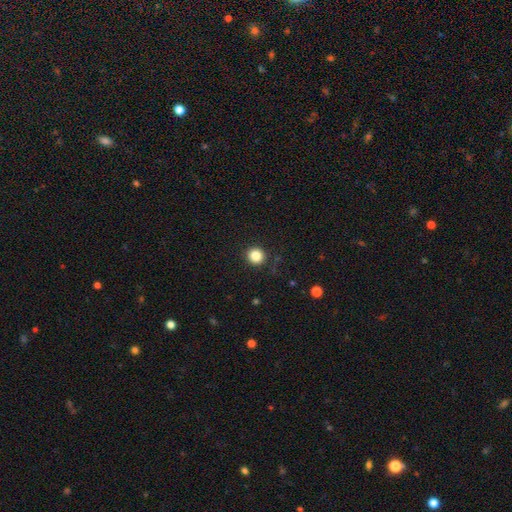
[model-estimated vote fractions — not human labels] Q: Smooth or featured?
A: smooth (85%); runner-up: star or artifact (11%)
Q: How rounded?
A: round (93%); runner-up: in between (6%)
Q: Merging?
A: none (90%); runner-up: minor disturbance (6%)